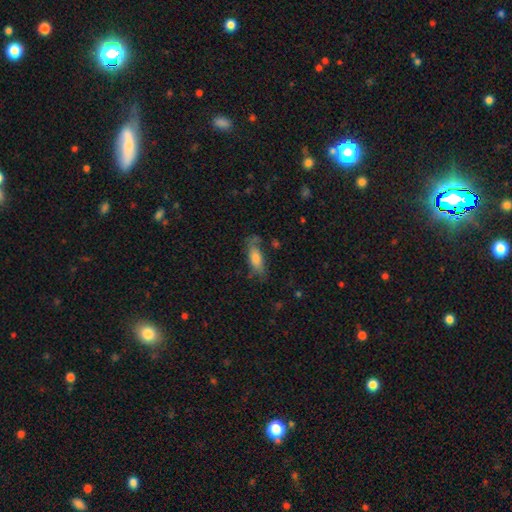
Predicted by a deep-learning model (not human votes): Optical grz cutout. It shows a smooth galaxy with no disk features (60%) that is in between round and cigar-shaped (67%). Merging: none (64%).